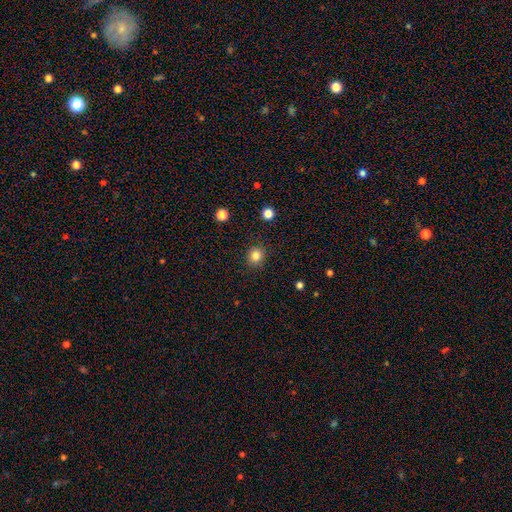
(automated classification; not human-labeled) Q: Smooth or featured?
A: smooth (83%); runner-up: star or artifact (12%)
Q: How rounded?
A: round (87%); runner-up: in between (12%)
Q: Merging?
A: none (90%); runner-up: minor disturbance (7%)